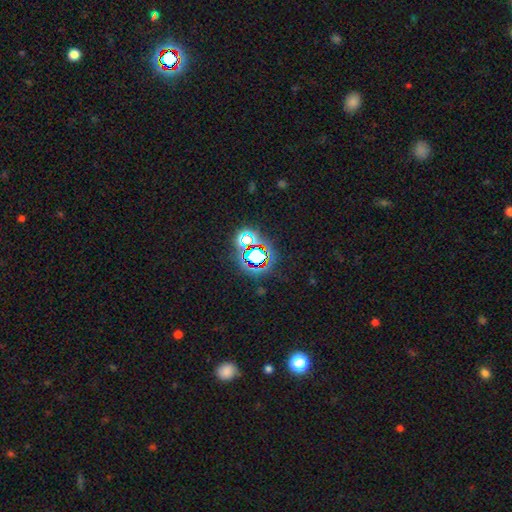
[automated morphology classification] This appears to be a star or artifact, not a galaxy (67%).